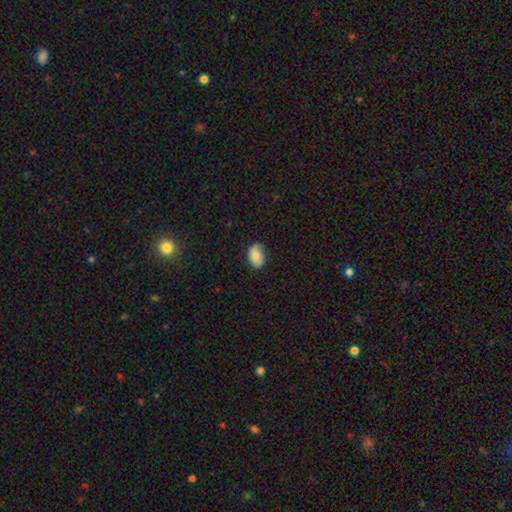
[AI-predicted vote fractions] smooth_or_featured: smooth (p=0.76) [alt: featured or disk p=0.16]
how_rounded: in between (p=0.85) [alt: round p=0.14]
merging: none (p=0.67) [alt: minor disturbance p=0.27]